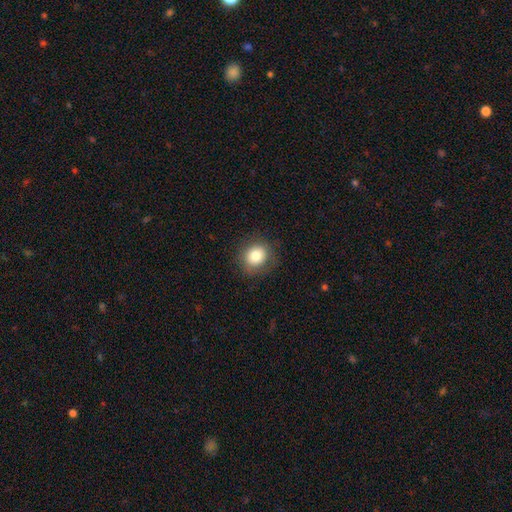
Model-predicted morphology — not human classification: A smooth galaxy with no disk features (80%) that is round (79%).

Vote fractions:
- Smooth or featured? smooth: 80% / star or artifact: 10% / featured or disk: 9%
- How rounded? round: 79% / in between: 20% / cigar-shaped: 1%
- Merging? none: 84% / minor disturbance: 11% / major disturbance: 4% / merger: 1%